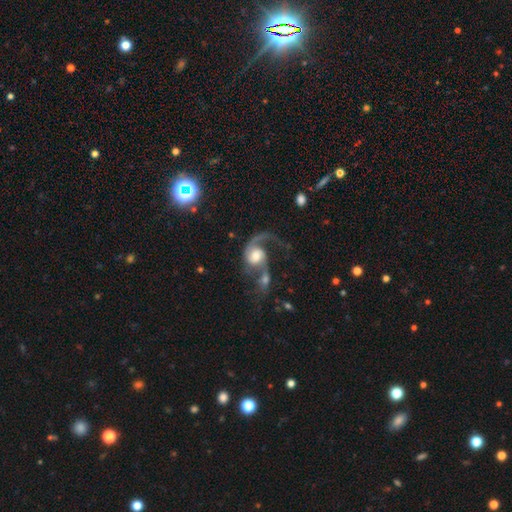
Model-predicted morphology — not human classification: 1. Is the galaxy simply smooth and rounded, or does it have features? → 78% featured or disk, 16% smooth, 7% star or artifact.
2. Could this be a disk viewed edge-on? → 97% no, 3% yes.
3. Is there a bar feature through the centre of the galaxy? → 63% no, 30% weak, 7% strong.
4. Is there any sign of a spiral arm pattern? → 93% yes, 7% no.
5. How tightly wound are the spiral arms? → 62% loose, 30% medium, 8% tight.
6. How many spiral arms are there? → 54% 2, 39% 1, 3% can't tell, 2% 3, 1% 4, 1% more than 4.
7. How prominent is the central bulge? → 40% large, 39% moderate, 10% small, 7% dominant, 4% none.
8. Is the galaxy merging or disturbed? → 41% merger, 25% major disturbance, 24% none, 10% minor disturbance.